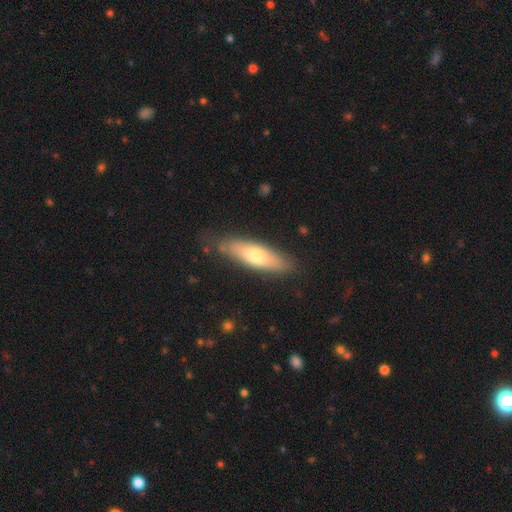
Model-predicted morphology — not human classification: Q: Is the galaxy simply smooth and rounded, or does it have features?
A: smooth — 63%.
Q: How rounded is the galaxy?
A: cigar-shaped — 58%.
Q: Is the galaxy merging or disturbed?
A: none — 81%.